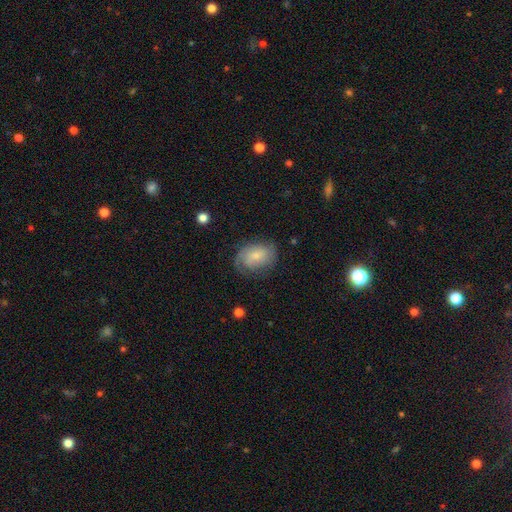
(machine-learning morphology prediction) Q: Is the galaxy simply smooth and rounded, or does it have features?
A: smooth — 50%.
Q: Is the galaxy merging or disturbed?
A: none — 63%.